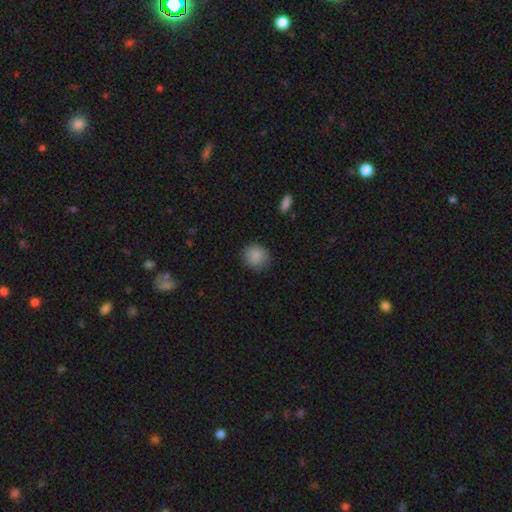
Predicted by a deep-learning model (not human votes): smooth_or_featured: smooth (p=0.88) [alt: star or artifact p=0.08]
how_rounded: round (p=0.89) [alt: in between p=0.10]
merging: none (p=0.88) [alt: minor disturbance p=0.08]